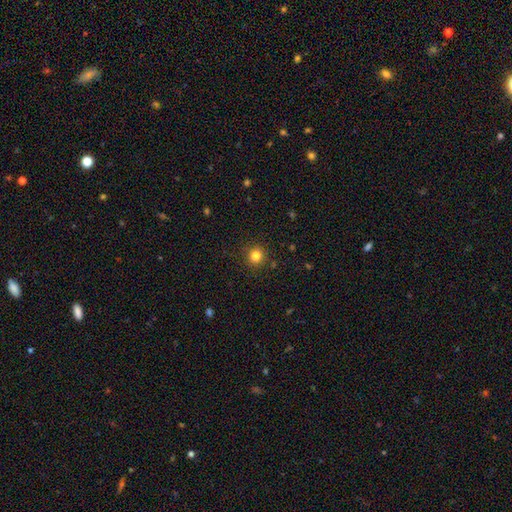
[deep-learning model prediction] Overall: smooth (82%). How rounded: round (92%). Merging: none (90%).